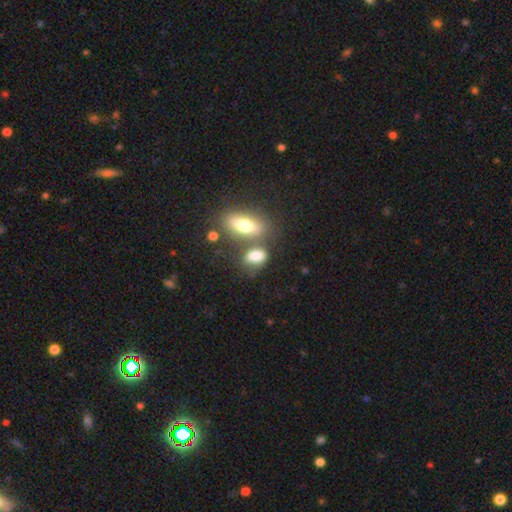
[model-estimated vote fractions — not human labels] Smooth or featured? Predicted: smooth (p=0.78). How rounded? Predicted: in between (p=0.83). Merging? Predicted: none (p=0.50).